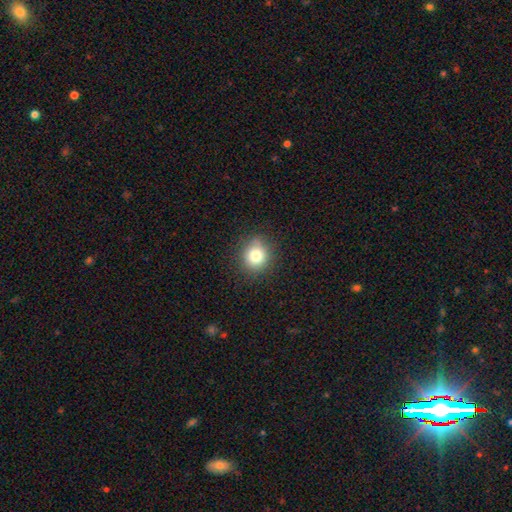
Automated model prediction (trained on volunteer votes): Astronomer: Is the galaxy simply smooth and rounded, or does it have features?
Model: smooth — 80%.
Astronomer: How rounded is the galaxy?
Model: round — 82%.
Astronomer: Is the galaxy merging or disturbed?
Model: none — 85%.